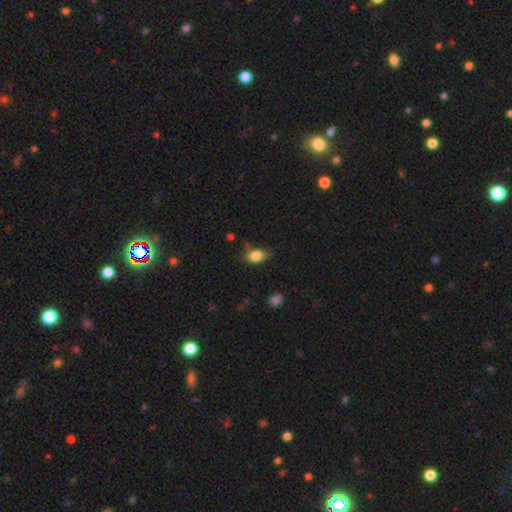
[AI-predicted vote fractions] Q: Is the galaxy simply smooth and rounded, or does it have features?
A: smooth — 82%.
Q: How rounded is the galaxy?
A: in between — 72%.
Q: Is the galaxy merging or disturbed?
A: none — 56%.